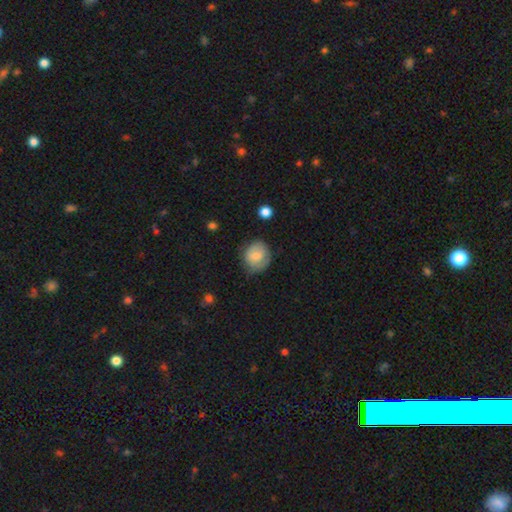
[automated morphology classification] A smooth galaxy with no disk features (74%) that is round (70%). Merging: none (63%).